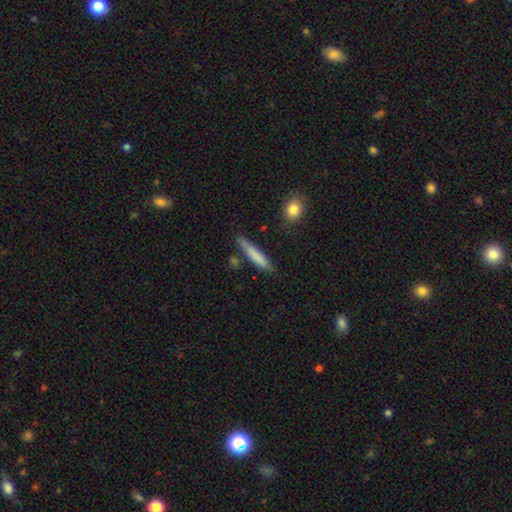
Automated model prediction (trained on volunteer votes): A smooth galaxy with no disk features (77%) that is cigar-shaped (90%).

Vote fractions:
- Smooth or featured? smooth: 77% / featured or disk: 17% / star or artifact: 6%
- How rounded? cigar-shaped: 90% / in between: 9% / round: 1%
- Merging? none: 75% / minor disturbance: 17% / merger: 5% / major disturbance: 3%